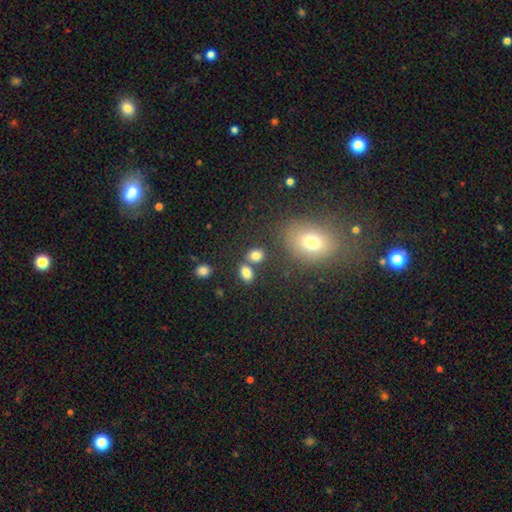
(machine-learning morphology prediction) Overall: smooth (80%). How rounded: in between (62%; round 36%). Merging: none (64%).